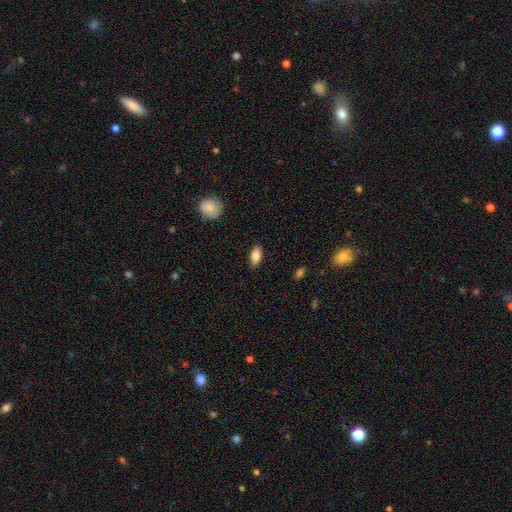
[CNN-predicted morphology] type=smooth (81%); roundness=in between (85%); merging=none (88%).